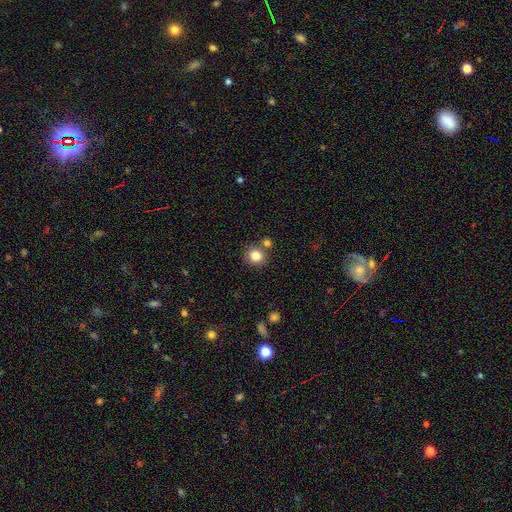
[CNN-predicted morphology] smooth-or-featured: smooth: 85% | star or artifact: 10% | featured or disk: 5%
  how-rounded: round: 82% | in between: 17% | cigar-shaped: 1%
  merging: none: 73% | merger: 15% | minor disturbance: 9% | major disturbance: 3%